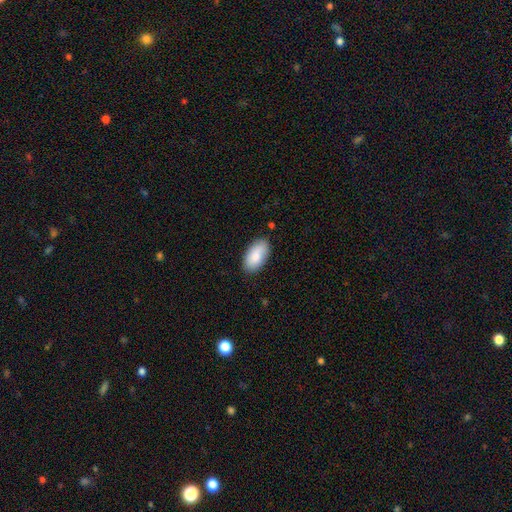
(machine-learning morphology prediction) This appears to be a smooth galaxy with no disk features (85%) that is in between round and cigar-shaped (95%). Merging: none (83%).